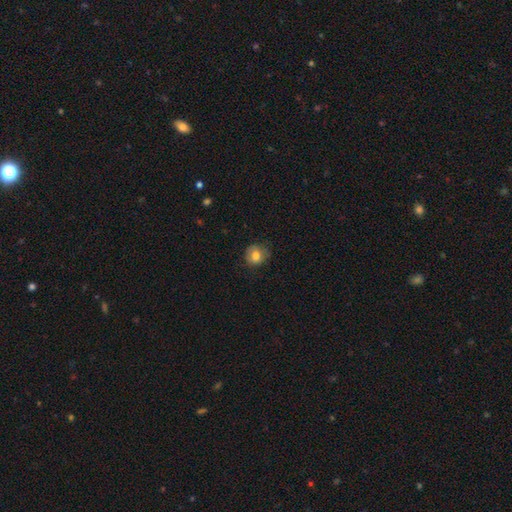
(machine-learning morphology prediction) Smooth or featured? Predicted: smooth (p=0.79). How rounded? Predicted: round (p=0.78). Merging? Predicted: none (p=0.74).